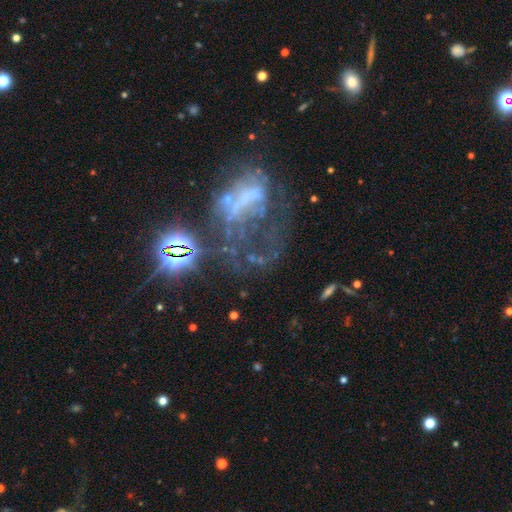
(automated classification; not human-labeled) A featured or disk galaxy (52%).

Vote fractions:
- Smooth or featured? featured or disk: 52% / star or artifact: 31% / smooth: 17%
- Edge-on disk? no: 95% / yes: 5%
- Merging? major disturbance: 46% / none: 22% / merger: 19% / minor disturbance: 13%